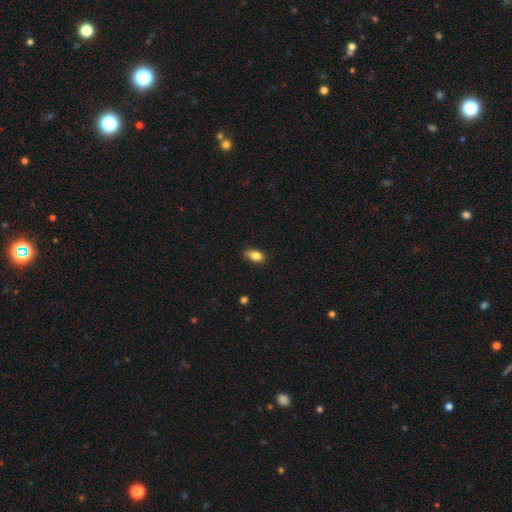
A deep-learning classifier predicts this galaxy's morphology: This is clearly a smooth galaxy (84%). How rounded: clearly in between (86%). Merging: clearly none (81%).